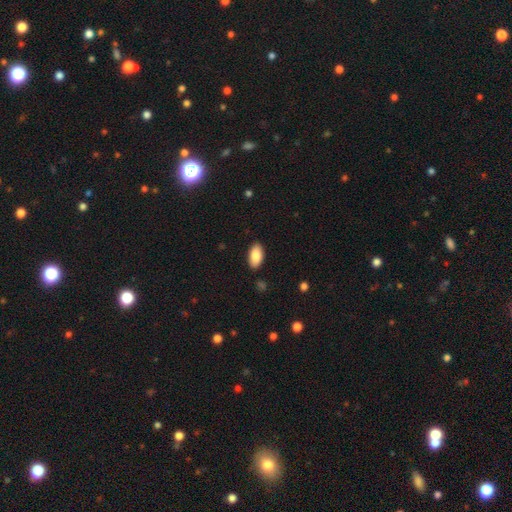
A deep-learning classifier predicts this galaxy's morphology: The model was most divided on "merging": none: 88%, minor disturbance: 9%, major disturbance: 2%, merger: 1%. More confident: how rounded — in between (94%); smooth or featured — smooth (87%).